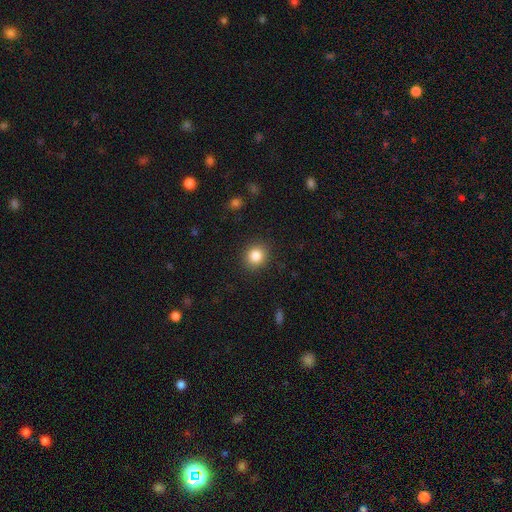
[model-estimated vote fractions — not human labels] This appears to be a smooth galaxy with no disk features (84%) that is round (85%). Merging: none (90%).